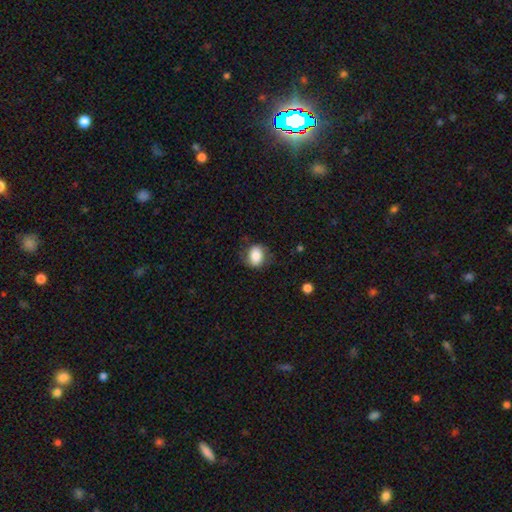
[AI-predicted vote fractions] Smooth or featured? smooth (80%)
How rounded? in between (56%)
Merging? none (70%)